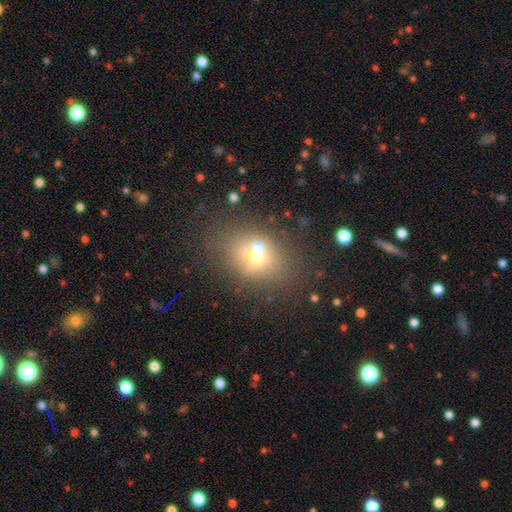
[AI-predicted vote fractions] Overall: smooth (55%; featured or disk 25%). How rounded: in between (52%; round 47%). Merging: none (52%; merger 32%).